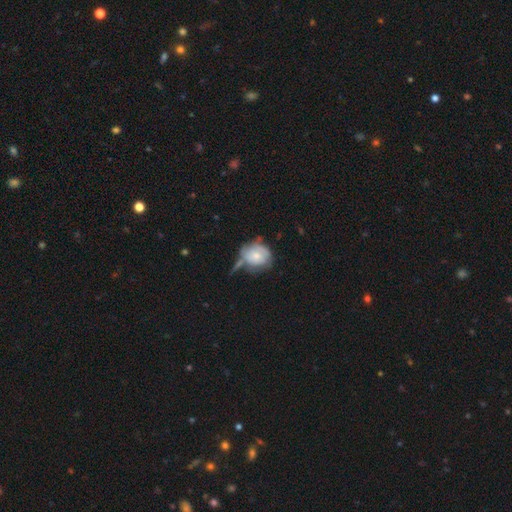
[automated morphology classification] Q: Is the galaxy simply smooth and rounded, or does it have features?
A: smooth — 62%.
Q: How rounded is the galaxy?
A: round — 71%.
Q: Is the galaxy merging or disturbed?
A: none — 39%.